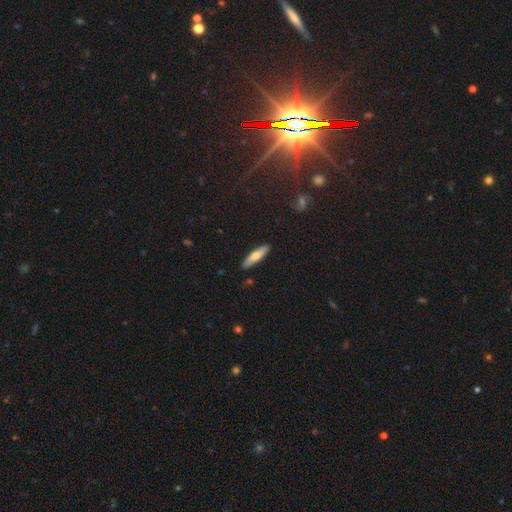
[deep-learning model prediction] A smooth galaxy with no disk features (62%) that is cigar-shaped (74%). Merging: none (90%).